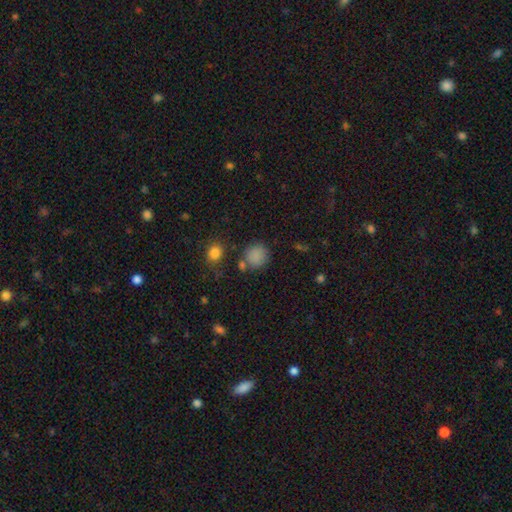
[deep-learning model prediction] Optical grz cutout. It shows a smooth galaxy with no disk features (83%) that is round (84%). Merging: none (72%).